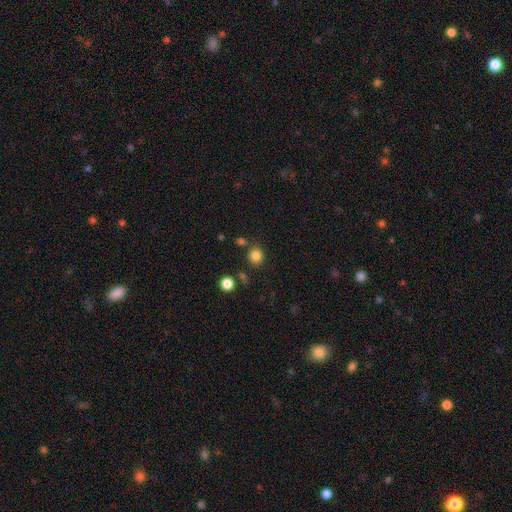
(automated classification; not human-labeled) This appears to be a smooth galaxy with no disk features (83%) that is round (84%). Merging: none (79%).